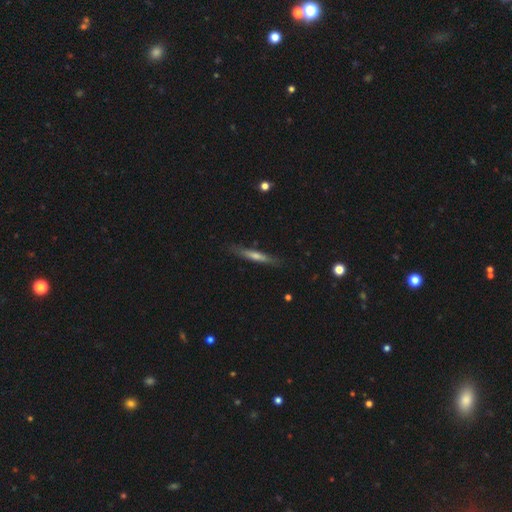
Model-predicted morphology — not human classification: A featured or disk galaxy (48%).

Vote fractions:
- Smooth or featured? featured or disk: 48% / smooth: 45% / star or artifact: 7%
- Merging? none: 85% / minor disturbance: 11% / major disturbance: 2% / merger: 1%